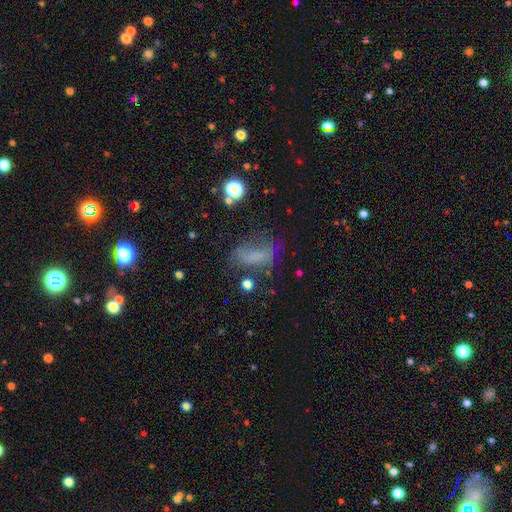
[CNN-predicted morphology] Smooth or featured? smooth (59%)
How rounded? in between (73%)
Merging? none (45%)